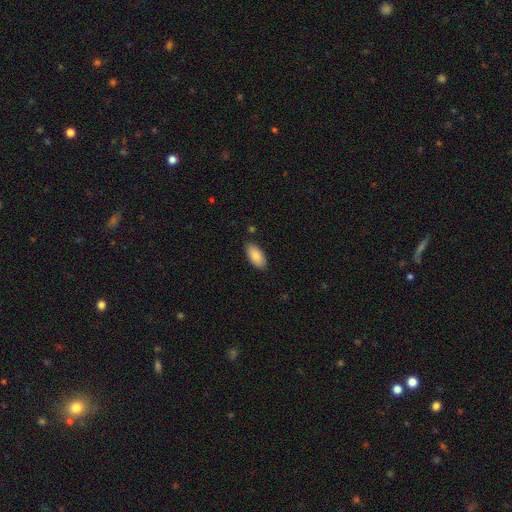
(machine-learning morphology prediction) This is clearly a smooth galaxy (85%). How rounded: clearly in between (92%). Merging: clearly none (86%).